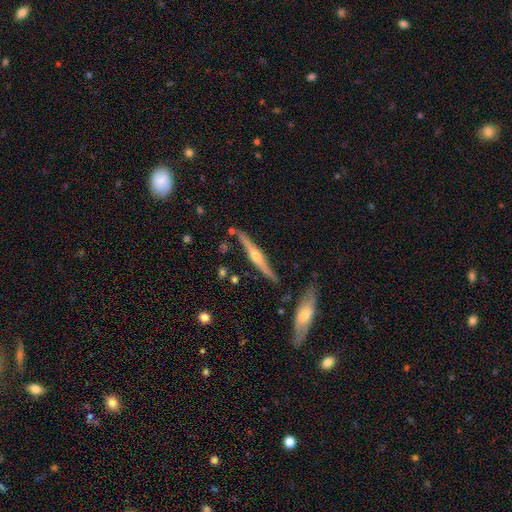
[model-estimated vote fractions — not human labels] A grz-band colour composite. It shows a featured or disk galaxy (74%) viewed edge-on (97%) with a rounded central bulge (90%). Merging: none (82%).